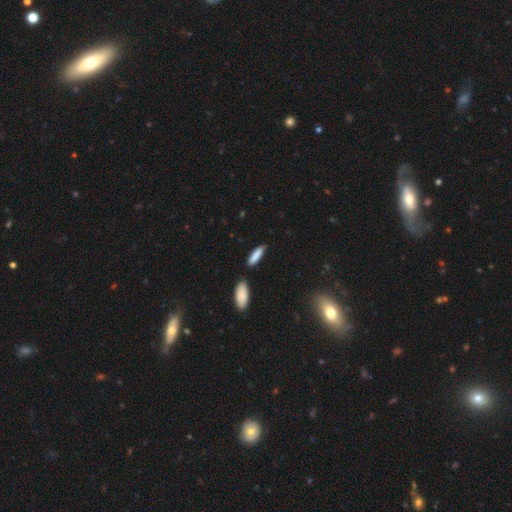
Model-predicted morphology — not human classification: This is clearly a smooth galaxy (85%). How rounded: likely cigar-shaped (63%). Merging: likely none (77%).